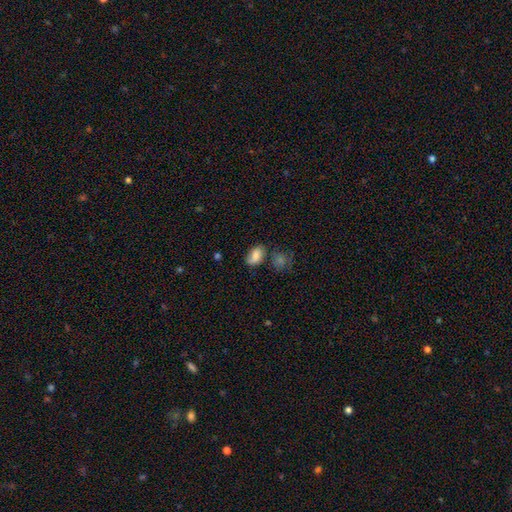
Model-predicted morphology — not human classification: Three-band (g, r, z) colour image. It shows a smooth galaxy with no disk features (71%) that is in between round and cigar-shaped (86%). Merging: none (52%).